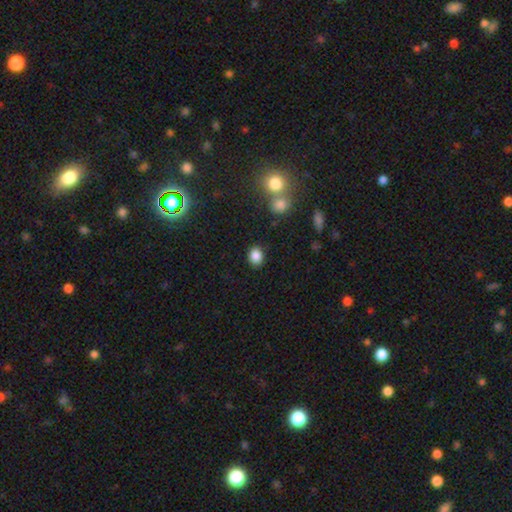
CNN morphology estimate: type=smooth (86%); roundness=round (52%); merging=none (86%).